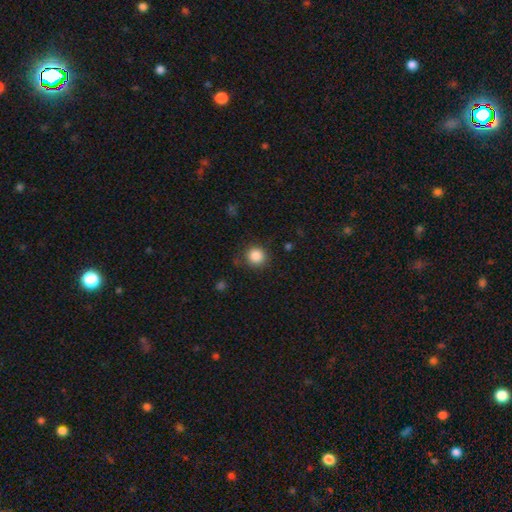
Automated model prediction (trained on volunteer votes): This appears to be a smooth galaxy with no disk features (86%) that is round (92%). Merging: none (87%).